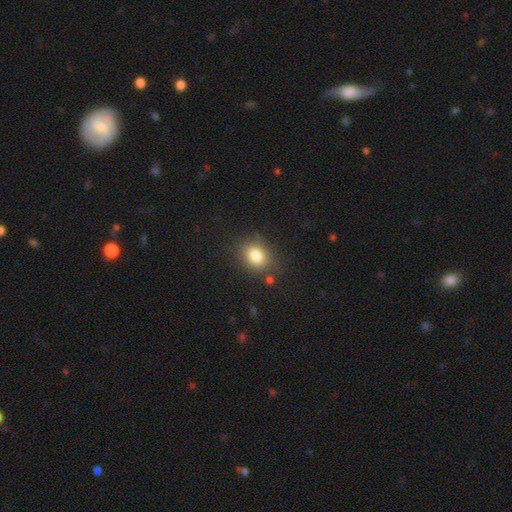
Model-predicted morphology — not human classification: Overall: smooth (81%). How rounded: round (53%; in between 46%). Merging: none (81%).